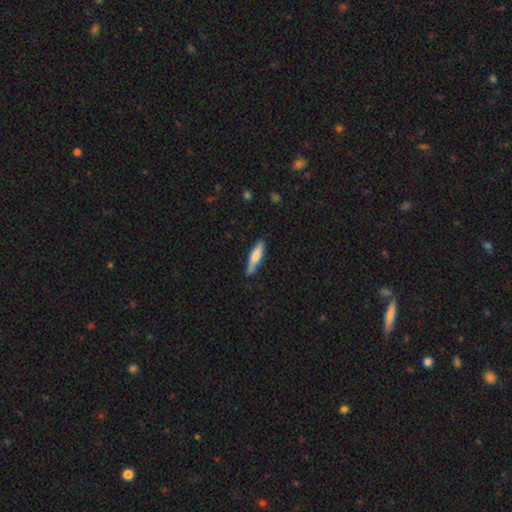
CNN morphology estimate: smooth-or-featured: smooth: 71% | featured or disk: 24% | star or artifact: 5%
  how-rounded: cigar-shaped: 81% | in between: 18% | round: 1%
  merging: none: 81% | minor disturbance: 15% | major disturbance: 2% | merger: 2%